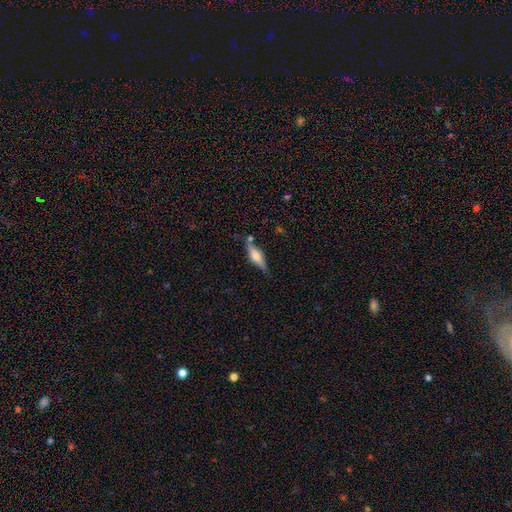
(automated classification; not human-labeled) Smooth or featured?
  - featured or disk: 53% *
  - smooth: 41%
  - star or artifact: 7%
Edge-on disk?
  - yes: 92% *
  - no: 8%
Merging?
  - none: 73% *
  - minor disturbance: 17%
  - merger: 6%
  - major disturbance: 4%